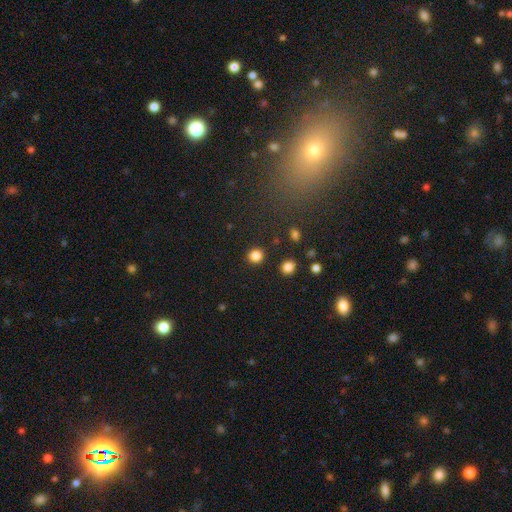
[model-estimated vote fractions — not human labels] smooth-or-featured: smooth: 85% | star or artifact: 12% | featured or disk: 4%
  how-rounded: round: 89% | in between: 10% | cigar-shaped: 1%
  merging: none: 89% | minor disturbance: 6% | merger: 3% | major disturbance: 2%